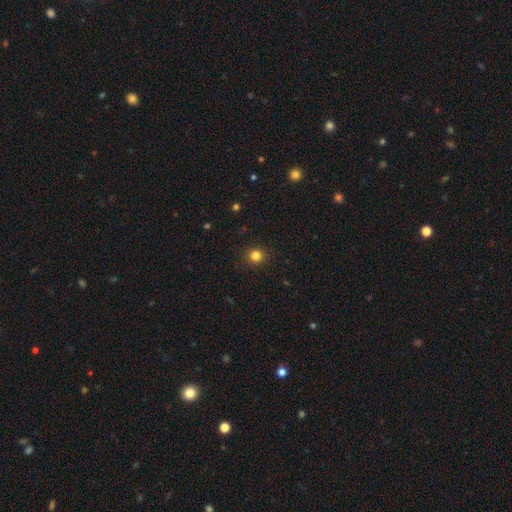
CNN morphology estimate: Smooth or featured?
  - smooth: 82% *
  - star or artifact: 13%
  - featured or disk: 4%
How rounded?
  - round: 90% *
  - in between: 9%
  - cigar-shaped: 1%
Merging?
  - none: 91% *
  - minor disturbance: 6%
  - major disturbance: 2%
  - merger: 1%